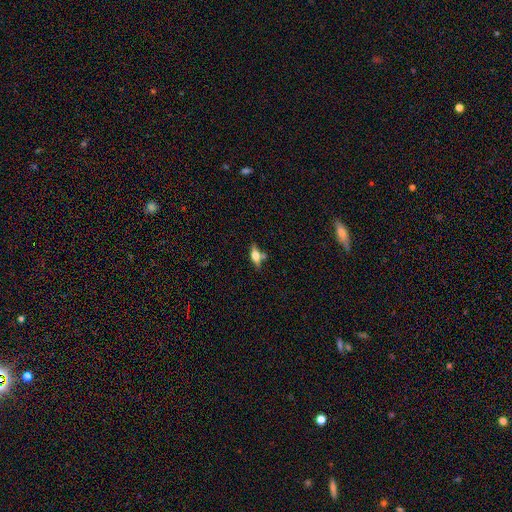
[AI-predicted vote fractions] Smooth or featured? Predicted: smooth (p=0.49). Merging? Predicted: none (p=0.65).